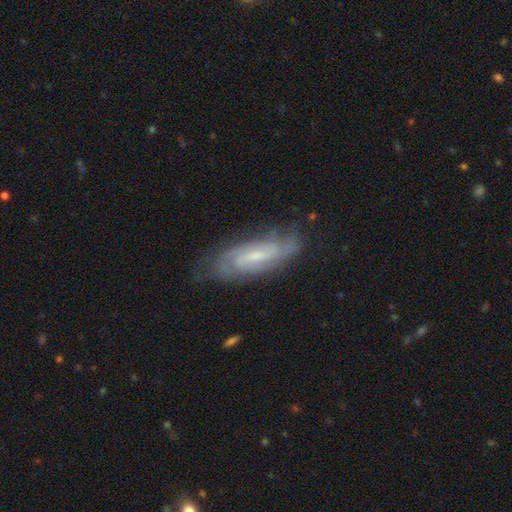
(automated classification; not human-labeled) Smooth or featured: featured or disk — 76% (smooth — 18%)
Edge-on disk: no — 86% (yes — 14%)
Bar: weak — 52% (no — 31%)
Spiral arms: yes — 93% (no — 7%)
Spiral winding: tight — 49% (medium — 38%)
Spiral arm count: 2 — 46% (can't tell — 34%)
Bulge size: small — 57% (moderate — 28%)
Merging: none — 74% (minor disturbance — 19%)